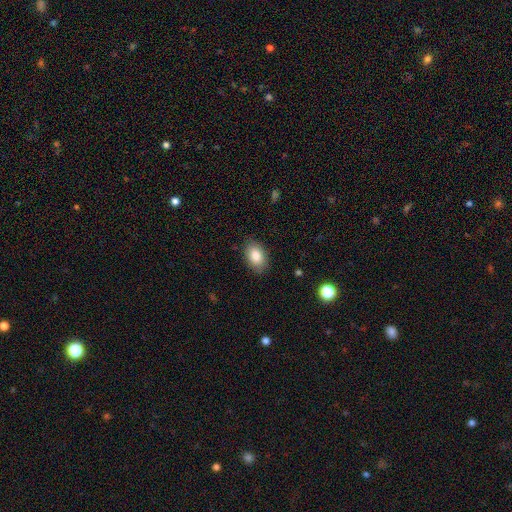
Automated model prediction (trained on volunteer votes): This is clearly a smooth galaxy (84%). How rounded: clearly in between (88%). Merging: clearly none (86%).